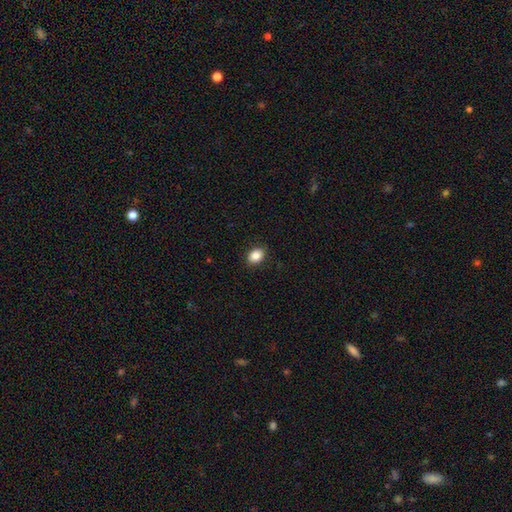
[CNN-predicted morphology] The model was most divided on "how rounded": in between: 69%, round: 30%, cigar-shaped: 1%. More confident: merging — none (90%); smooth or featured — smooth (87%).